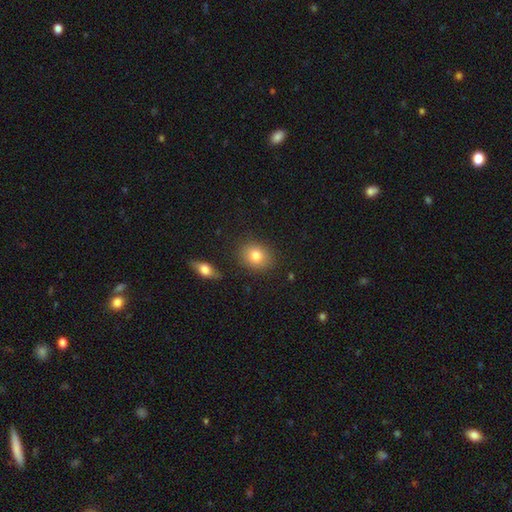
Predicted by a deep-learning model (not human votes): This is clearly a smooth galaxy (80%). How rounded: possibly round (56%). Merging: clearly none (85%).